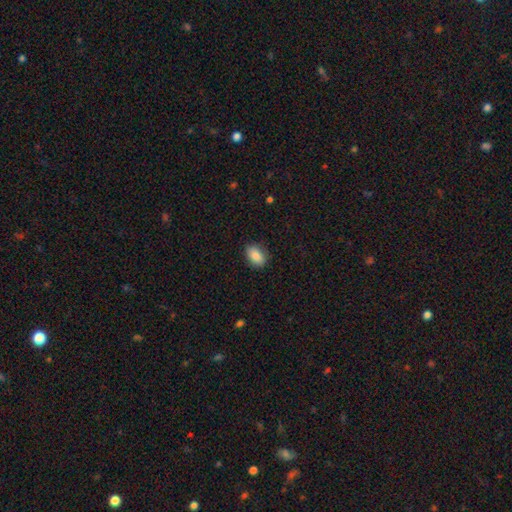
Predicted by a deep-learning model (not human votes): The model was most divided on "how rounded": in between: 84%, round: 15%, cigar-shaped: 2%. More confident: smooth or featured — smooth (86%); merging — none (86%).